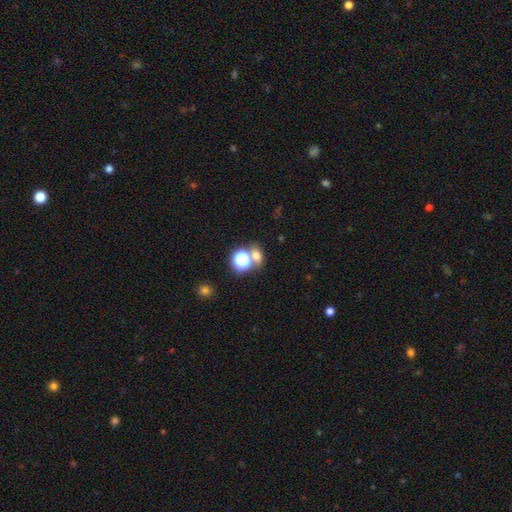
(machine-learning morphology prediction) smooth 64%, star or artifact 27%, featured or disk 9%. Down the decision tree: how rounded — round (50%); merging — none (60%).